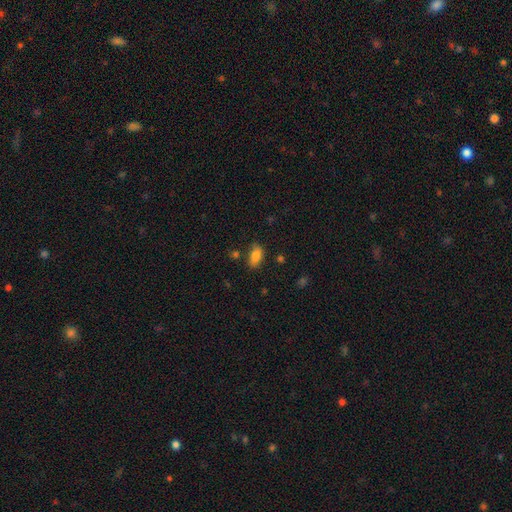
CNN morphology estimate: This appears to be a smooth galaxy with no disk features (83%) that is in between round and cigar-shaped (90%). Merging: none (74%).